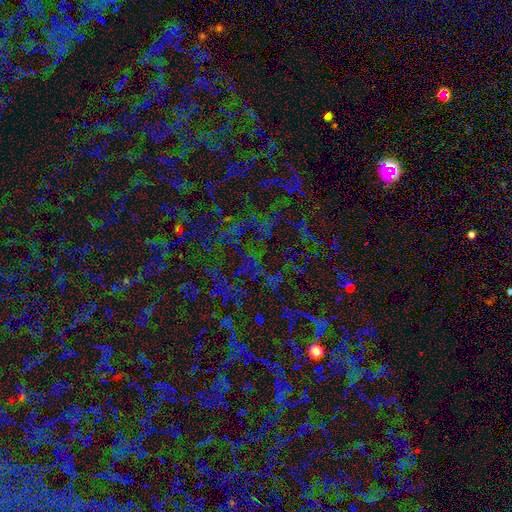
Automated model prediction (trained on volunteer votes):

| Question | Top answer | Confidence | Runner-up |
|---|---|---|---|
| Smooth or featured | star or artifact | 72% | smooth (18%) |